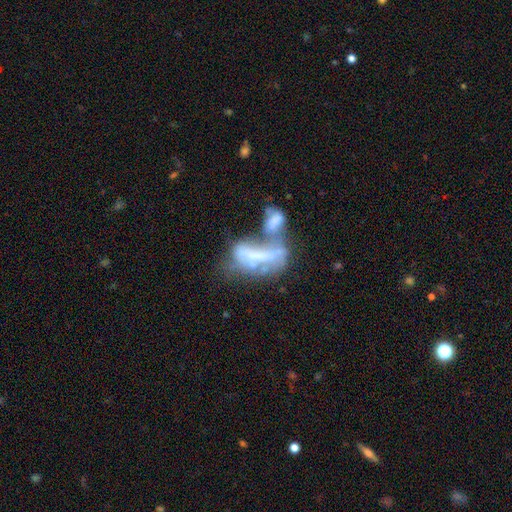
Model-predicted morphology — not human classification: smooth_or_featured: featured or disk (p=0.56) [alt: smooth p=0.31]
disk_edge_on: no (p=0.90) [alt: yes p=0.10]
bar: no (p=0.66) [alt: strong p=0.20]
has_spiral_arms: no (p=0.84) [alt: yes p=0.16]
bulge_size: none (p=0.63) [alt: small p=0.16]
merging: merger (p=0.60) [alt: major disturbance p=0.22]